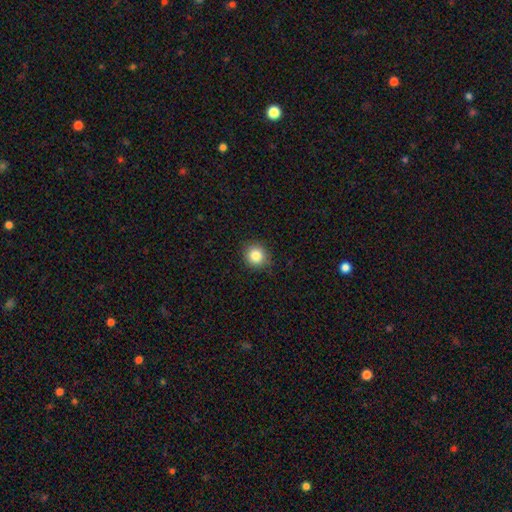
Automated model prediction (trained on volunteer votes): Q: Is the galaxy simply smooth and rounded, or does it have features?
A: smooth — 85%.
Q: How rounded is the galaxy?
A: round — 86%.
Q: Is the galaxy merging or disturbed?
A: none — 88%.